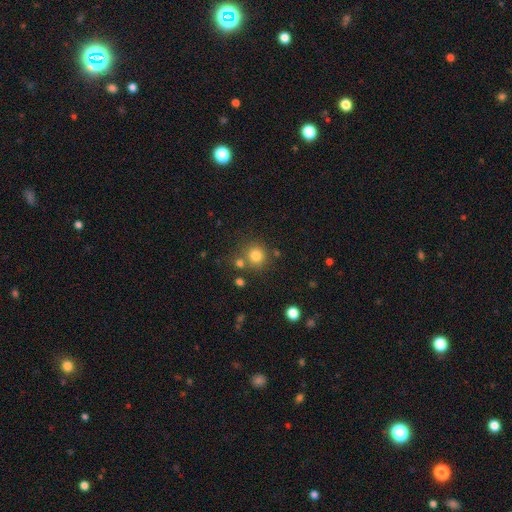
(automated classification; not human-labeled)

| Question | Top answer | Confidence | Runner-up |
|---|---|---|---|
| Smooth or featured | smooth | 80% | star or artifact (13%) |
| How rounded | round | 90% | in between (9%) |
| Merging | none | 74% | merger (13%) |